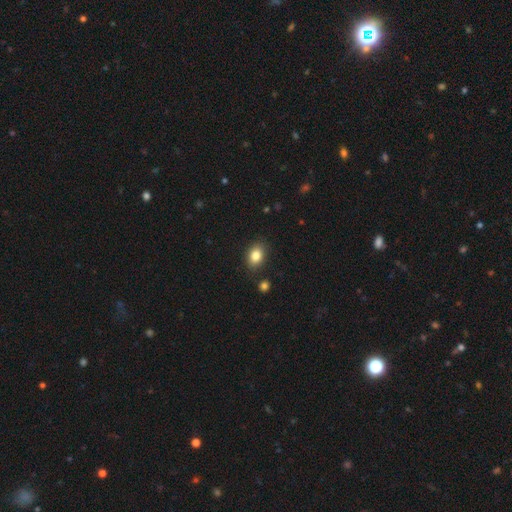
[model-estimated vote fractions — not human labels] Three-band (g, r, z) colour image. It shows a smooth galaxy with no disk features (85%) that is in between round and cigar-shaped (77%). Merging: none (85%).